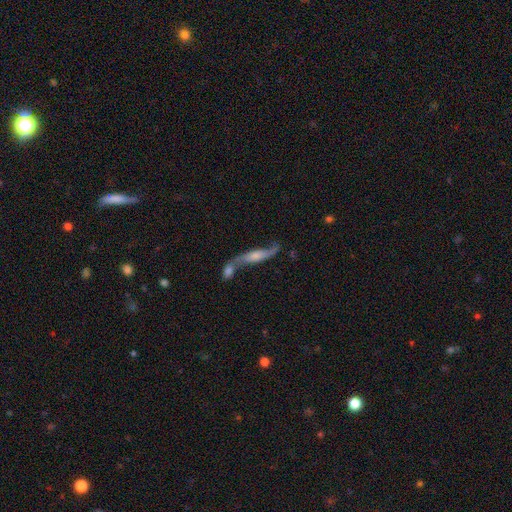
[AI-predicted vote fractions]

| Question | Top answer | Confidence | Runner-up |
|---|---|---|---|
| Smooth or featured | featured or disk | 71% | smooth (21%) |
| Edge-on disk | no | 57% | yes (43%) |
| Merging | merger | 47% | none (33%) |